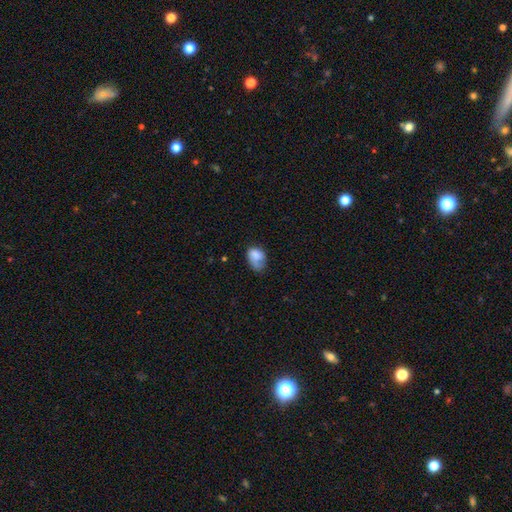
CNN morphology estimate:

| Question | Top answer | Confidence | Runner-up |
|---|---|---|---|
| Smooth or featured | smooth | 74% | featured or disk (18%) |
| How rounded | in between | 80% | round (19%) |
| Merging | none | 35% | minor disturbance (34%) |